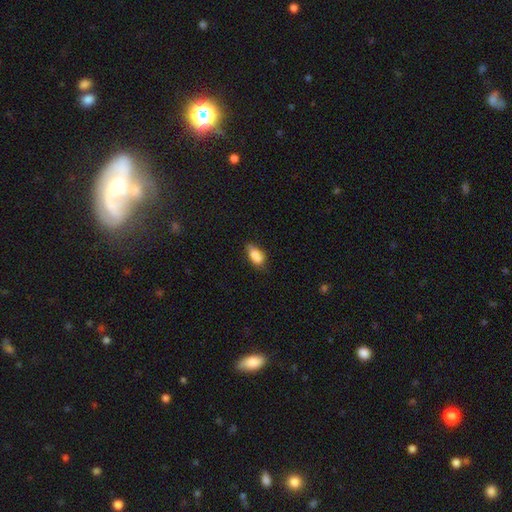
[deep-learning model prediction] Smooth or featured?
  - smooth: 84% *
  - star or artifact: 8%
  - featured or disk: 8%
How rounded?
  - in between: 87% *
  - cigar-shaped: 7%
  - round: 5%
Merging?
  - none: 61% *
  - minor disturbance: 29%
  - major disturbance: 6%
  - merger: 3%